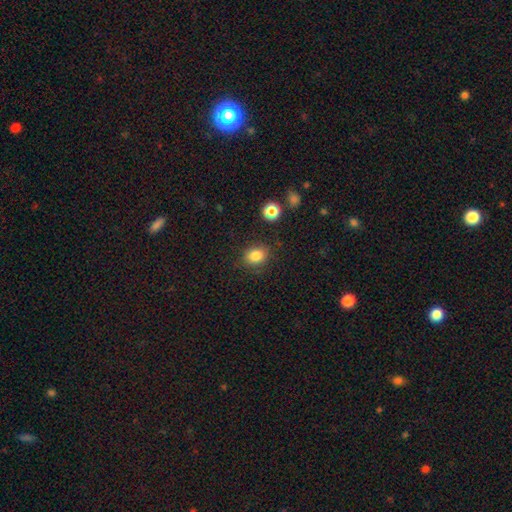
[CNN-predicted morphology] This appears to be a smooth galaxy with no disk features (84%) that is round (55%). Merging: none (82%).